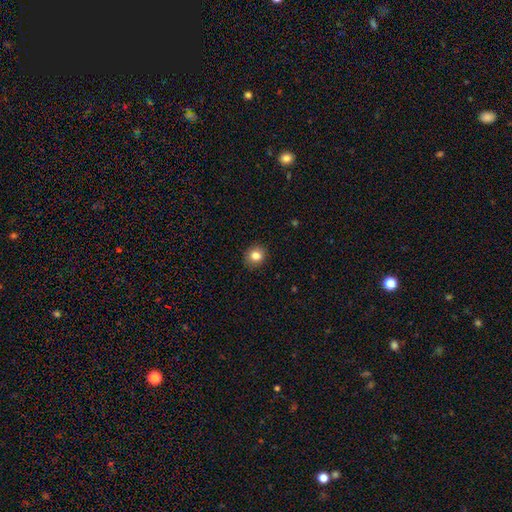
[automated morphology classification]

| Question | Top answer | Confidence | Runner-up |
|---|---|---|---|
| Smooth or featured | smooth | 83% | star or artifact (10%) |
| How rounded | round | 81% | in between (18%) |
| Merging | none | 89% | minor disturbance (8%) |